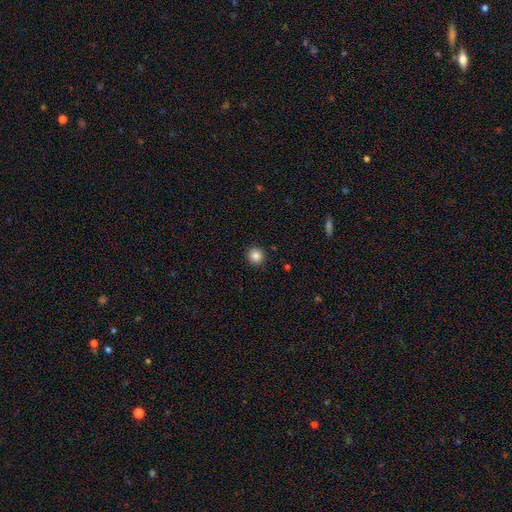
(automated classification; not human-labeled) Smooth or featured: smooth — 85% (star or artifact — 11%)
How rounded: round — 95% (in between — 4%)
Merging: none — 93% (minor disturbance — 5%)